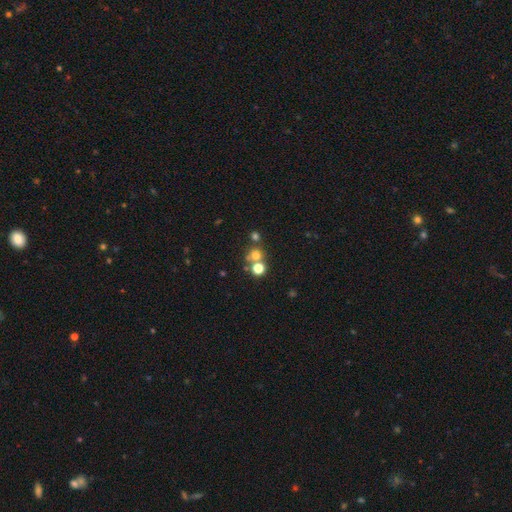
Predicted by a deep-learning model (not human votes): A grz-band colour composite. It shows a smooth galaxy with no disk features (66%) that is round (88%). Merging: none (57%).